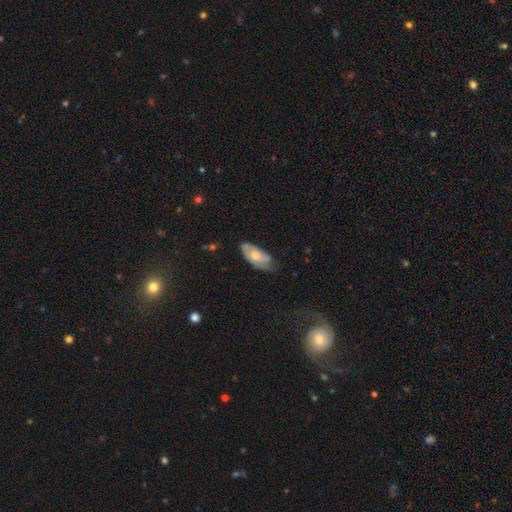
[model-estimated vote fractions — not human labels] smooth-or-featured: smooth: 61% | featured or disk: 32% | star or artifact: 6%
  how-rounded: in between: 89% | cigar-shaped: 8% | round: 2%
  merging: none: 45% | minor disturbance: 41% | major disturbance: 12% | merger: 2%